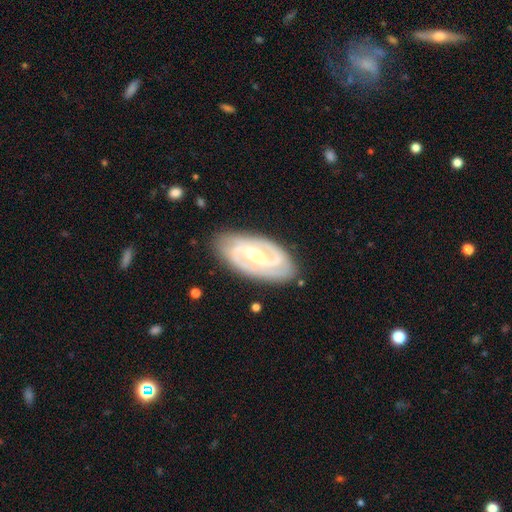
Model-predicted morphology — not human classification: type=featured or disk (90%); edge-on=no (96%); bar=weak (41%); spiral arms=yes (97%); winding=tight (52%); arm count=2 (88%); bulge=moderate (63%); merging=none (83%).